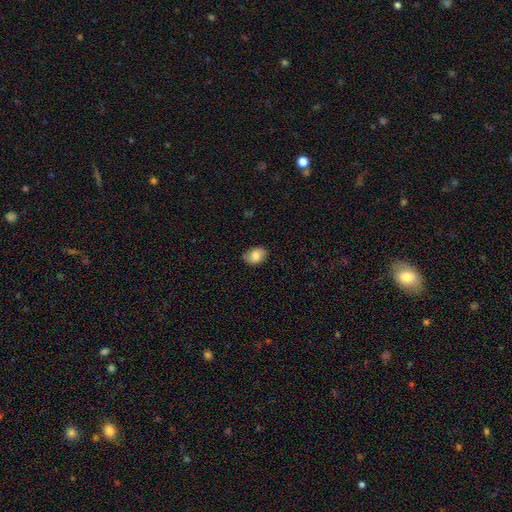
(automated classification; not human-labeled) smooth-or-featured: smooth: 79% | featured or disk: 13% | star or artifact: 8%
  how-rounded: in between: 78% | round: 21% | cigar-shaped: 1%
  merging: none: 79% | minor disturbance: 17% | major disturbance: 3% | merger: 1%